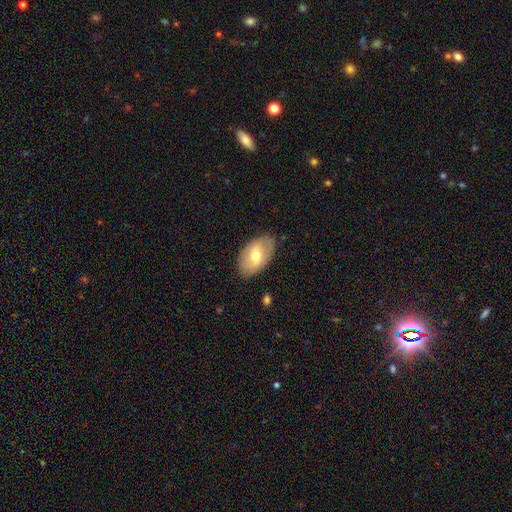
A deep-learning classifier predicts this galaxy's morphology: The model was most divided on "smooth or featured": smooth: 55%, featured or disk: 39%, star or artifact: 6%. More confident: how rounded — in between (92%); merging — none (84%).